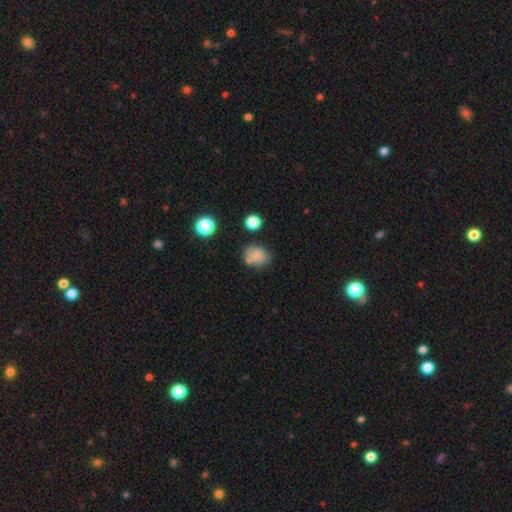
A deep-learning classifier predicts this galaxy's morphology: Smooth or featured? smooth (79%)
How rounded? in between (59%)
Merging? none (65%)